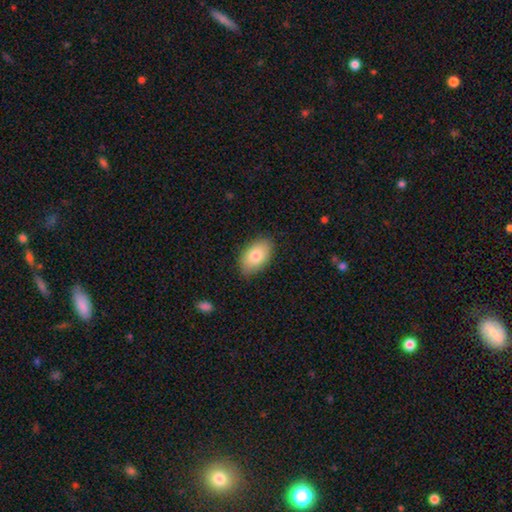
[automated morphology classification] A smooth galaxy with no disk features (80%) that is in between round and cigar-shaped (93%). Merging: none (85%).